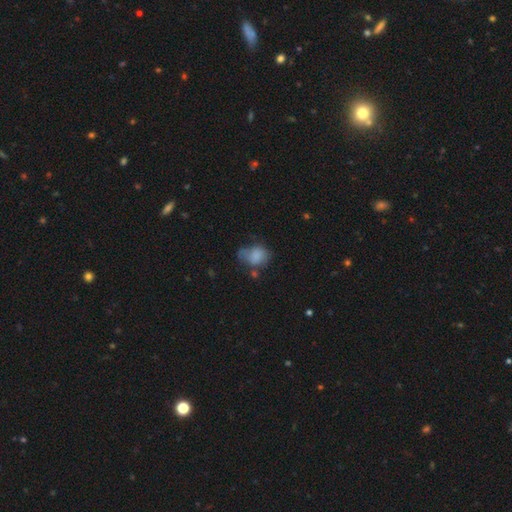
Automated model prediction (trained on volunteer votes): Q: Smooth or featured?
A: smooth (75%); runner-up: featured or disk (15%)
Q: How rounded?
A: in between (56%); runner-up: round (42%)
Q: Merging?
A: none (35%); runner-up: minor disturbance (32%)